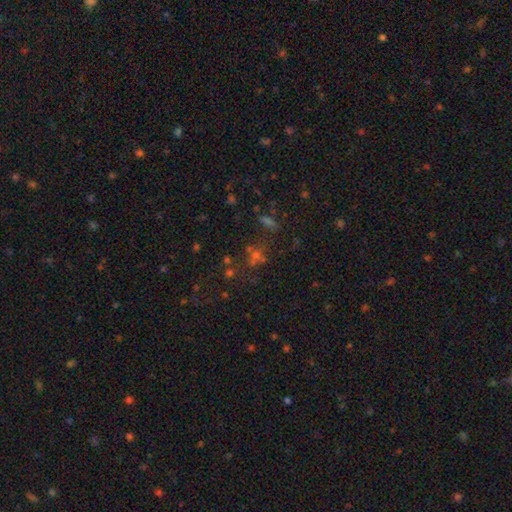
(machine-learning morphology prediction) star or artifact 52%, smooth 34%, featured or disk 14%.